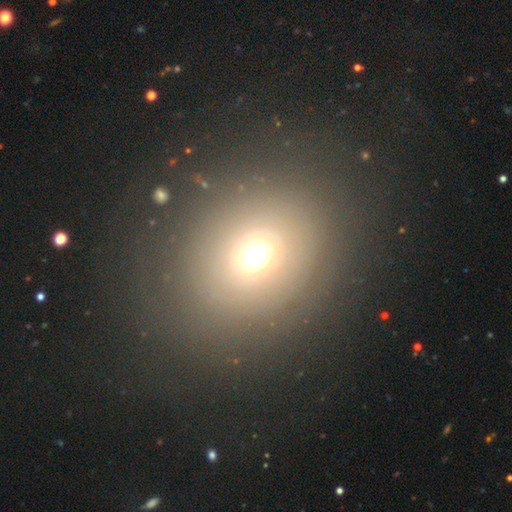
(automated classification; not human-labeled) Smooth or featured? Predicted: smooth (p=0.62). How rounded? Predicted: round (p=0.68). Merging? Predicted: none (p=0.80).